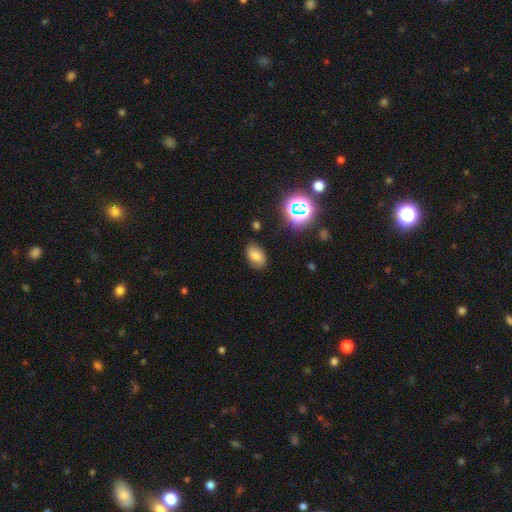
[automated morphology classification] Q: Smooth or featured?
A: smooth (72%); runner-up: star or artifact (15%)
Q: How rounded?
A: in between (88%); runner-up: round (11%)
Q: Merging?
A: none (80%); runner-up: minor disturbance (14%)